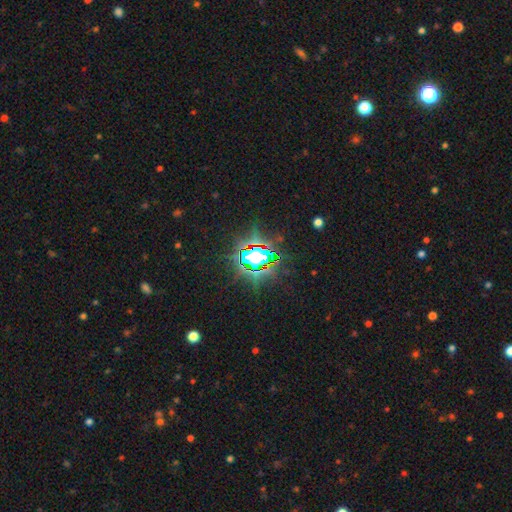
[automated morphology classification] smooth_or_featured: star or artifact (p=0.82) [alt: smooth p=0.10]